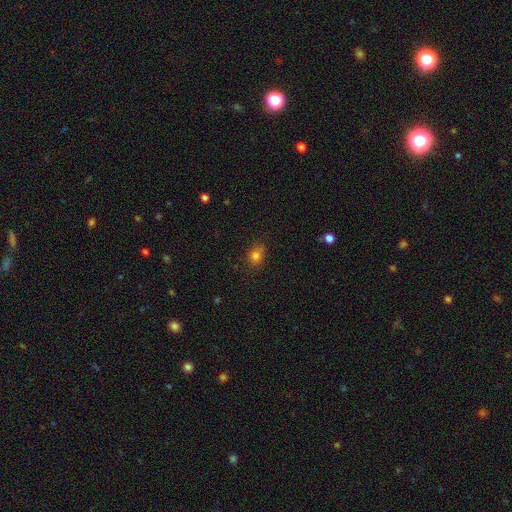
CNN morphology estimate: Q: Smooth or featured?
A: smooth (80%); runner-up: star or artifact (13%)
Q: How rounded?
A: round (51%); runner-up: in between (48%)
Q: Merging?
A: none (74%); runner-up: minor disturbance (19%)